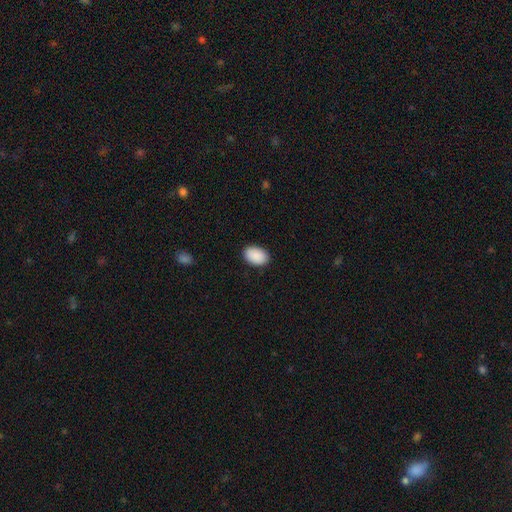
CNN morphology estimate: Smooth or featured? Predicted: smooth (p=0.91). How rounded? Predicted: in between (p=0.89). Merging? Predicted: none (p=0.89).